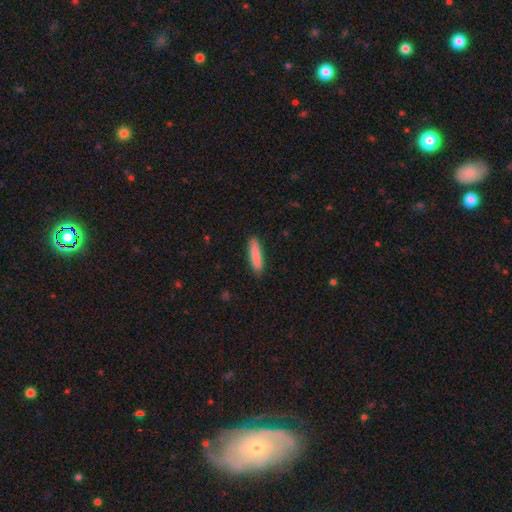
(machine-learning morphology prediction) This is clearly a smooth galaxy (86%). How rounded: clearly cigar-shaped (84%). Merging: clearly none (88%).